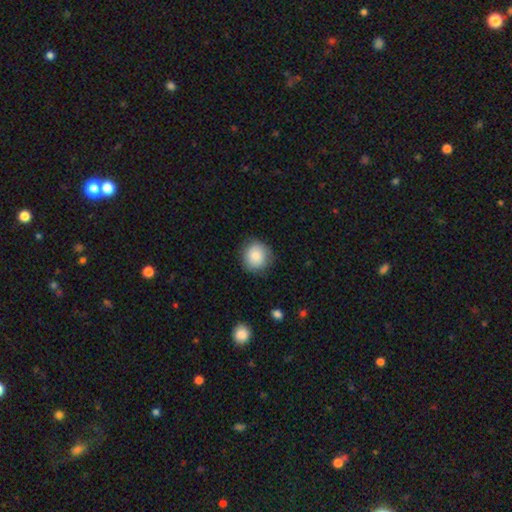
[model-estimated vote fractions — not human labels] Smooth or featured: smooth — 83% (featured or disk — 9%)
How rounded: round — 88% (in between — 11%)
Merging: none — 82% (minor disturbance — 13%)